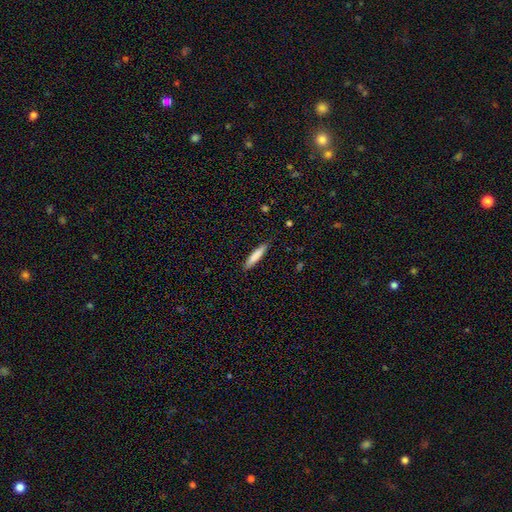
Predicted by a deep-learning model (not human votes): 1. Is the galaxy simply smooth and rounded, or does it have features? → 82% smooth, 13% featured or disk, 6% star or artifact.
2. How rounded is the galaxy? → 87% cigar-shaped, 12% in between, 1% round.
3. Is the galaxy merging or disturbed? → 88% none, 9% minor disturbance, 2% major disturbance, 1% merger.